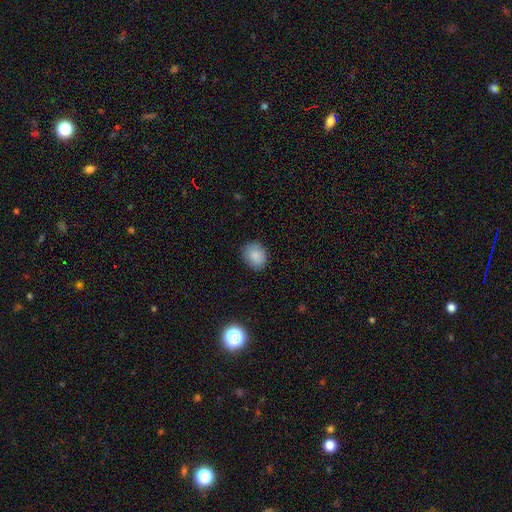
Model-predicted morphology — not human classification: Overall: smooth (87%). How rounded: round (61%; in between 38%). Merging: none (86%).